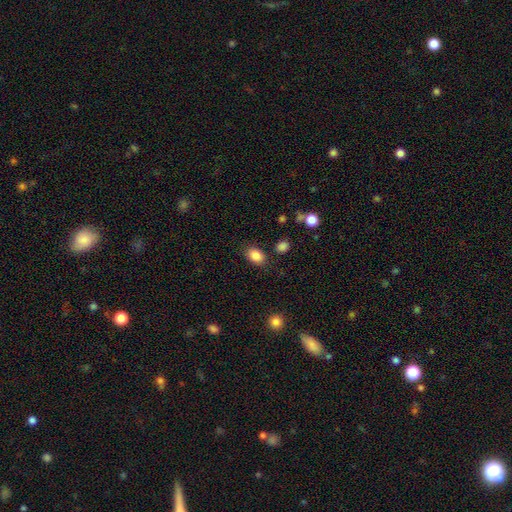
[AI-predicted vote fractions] A smooth galaxy with no disk features (86%) that is in between round and cigar-shaped (79%). Merging: none (82%).